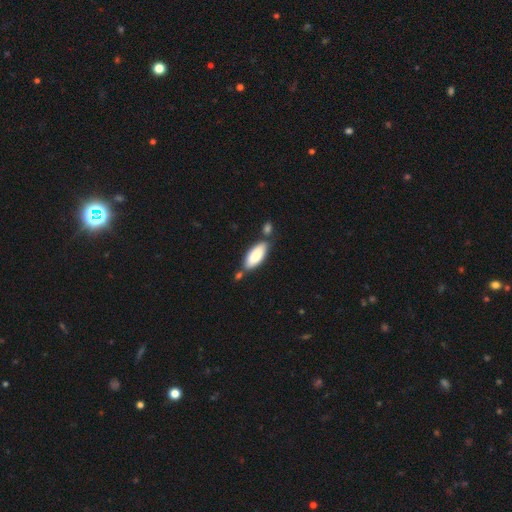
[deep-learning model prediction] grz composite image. It shows a smooth galaxy with no disk features (84%) that is in between round and cigar-shaped (82%). Merging: none (63%).